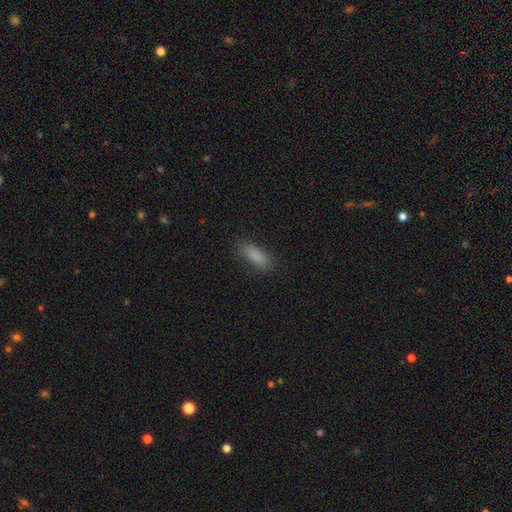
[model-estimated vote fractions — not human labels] A smooth galaxy with no disk features (86%) that is in between round and cigar-shaped (67%). Merging: none (83%).